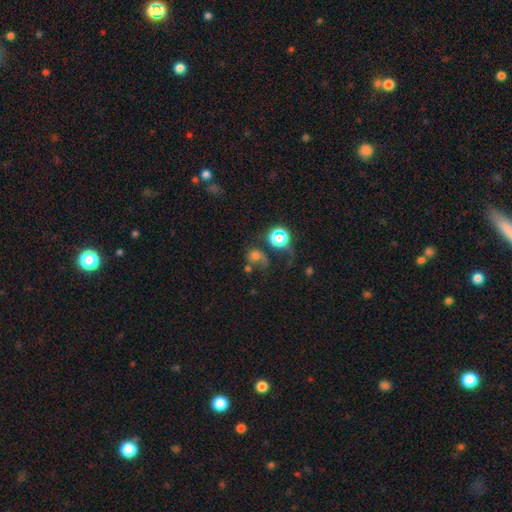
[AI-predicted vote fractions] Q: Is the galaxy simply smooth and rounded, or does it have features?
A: smooth — 57%.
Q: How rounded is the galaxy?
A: round — 75%.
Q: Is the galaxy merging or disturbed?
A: none — 37%.